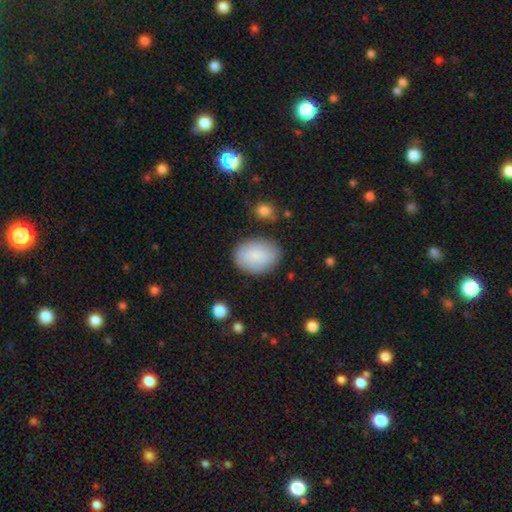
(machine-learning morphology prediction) smooth_or_featured: smooth (p=0.84) [alt: featured or disk p=0.09]
how_rounded: in between (p=0.79) [alt: round p=0.20]
merging: none (p=0.79) [alt: minor disturbance p=0.14]